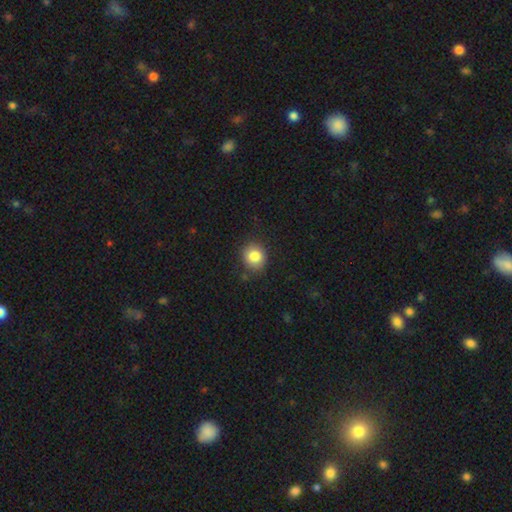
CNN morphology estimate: A smooth galaxy with no disk features (84%) that is round (76%). Merging: none (83%).